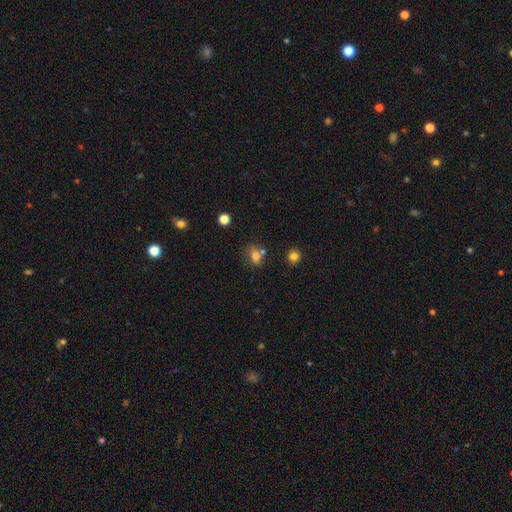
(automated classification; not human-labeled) This is likely a smooth galaxy (71%). How rounded: likely in between (62%). Merging: possibly none (55%).